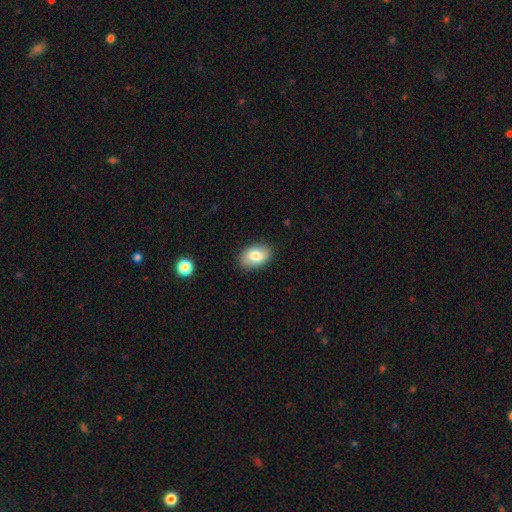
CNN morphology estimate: Smooth or featured? Predicted: smooth (p=0.81). How rounded? Predicted: in between (p=0.87). Merging? Predicted: none (p=0.86).